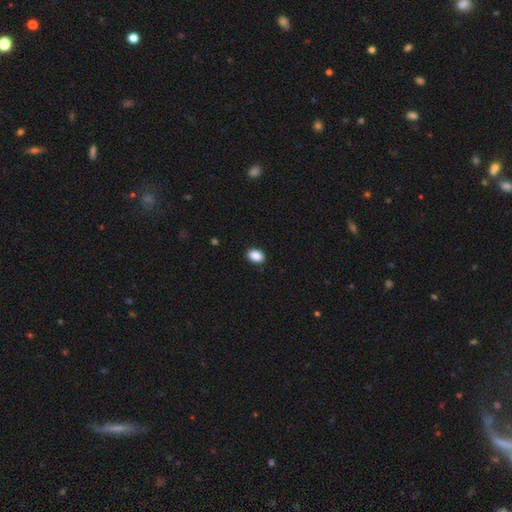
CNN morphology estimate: A smooth galaxy with no disk features (89%) that is in between round and cigar-shaped (79%). Merging: none (90%).